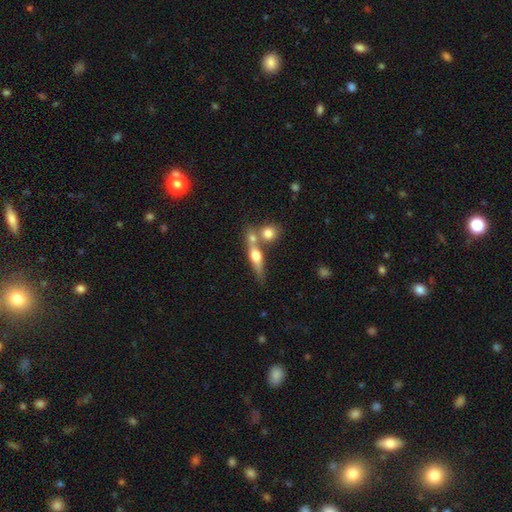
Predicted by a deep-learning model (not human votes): Morphology: type=featured or disk (47%); merging=none (45%).